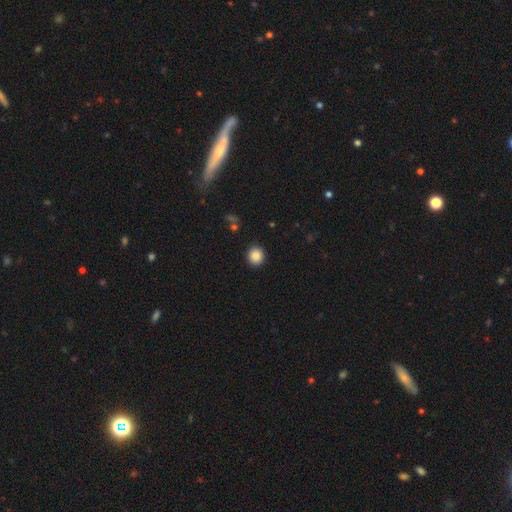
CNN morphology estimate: Overall: smooth (86%). How rounded: round (90%). Merging: none (92%).